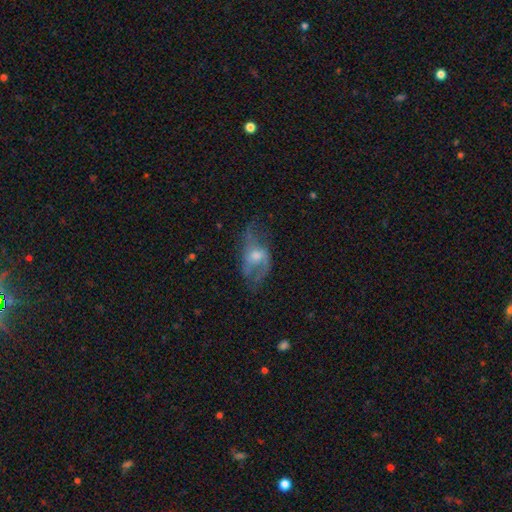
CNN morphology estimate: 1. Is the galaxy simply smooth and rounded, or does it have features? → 68% featured or disk, 22% smooth, 10% star or artifact.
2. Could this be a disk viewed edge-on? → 91% no, 9% yes.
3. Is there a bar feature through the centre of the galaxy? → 60% no, 32% weak, 8% strong.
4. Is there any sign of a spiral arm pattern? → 72% yes, 28% no.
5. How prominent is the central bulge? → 56% moderate, 31% small, 7% large, 4% none, 1% dominant.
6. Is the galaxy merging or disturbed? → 47% none, 27% major disturbance, 24% minor disturbance, 2% merger.